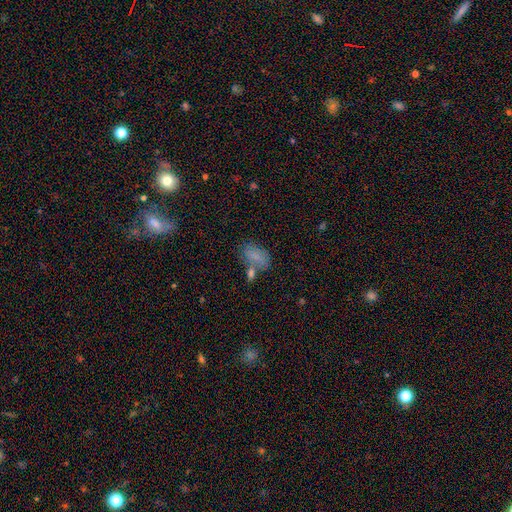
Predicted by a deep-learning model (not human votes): Morphology: type=smooth (73%); roundness=in between (90%); merging=none (46%).